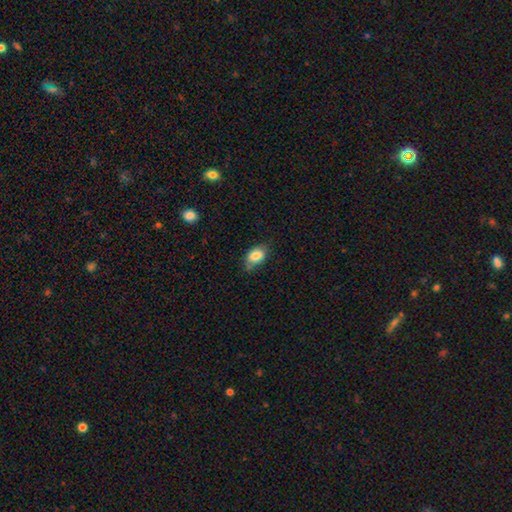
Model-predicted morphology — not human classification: A smooth galaxy with no disk features (82%) that is in between round and cigar-shaped (86%). Merging: none (59%).